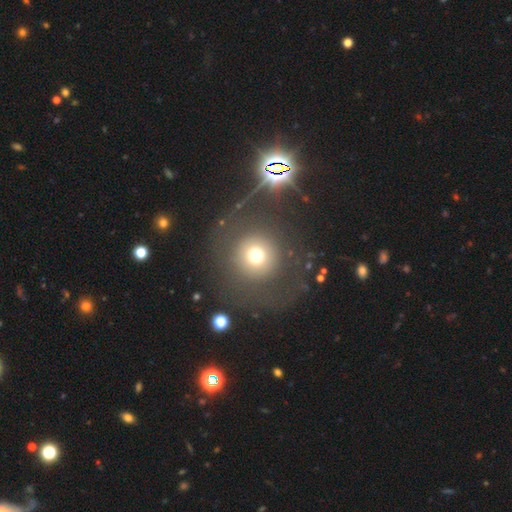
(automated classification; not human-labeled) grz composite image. It shows a smooth galaxy with no disk features (66%) that is round (94%). Merging: none (74%).